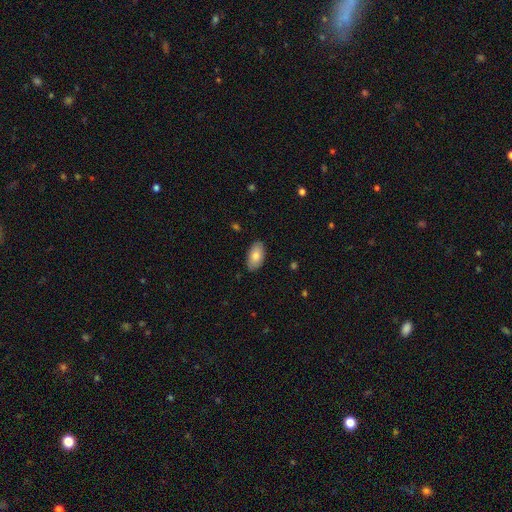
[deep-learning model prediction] Morphology: type=smooth (79%); roundness=in between (95%); merging=none (85%).